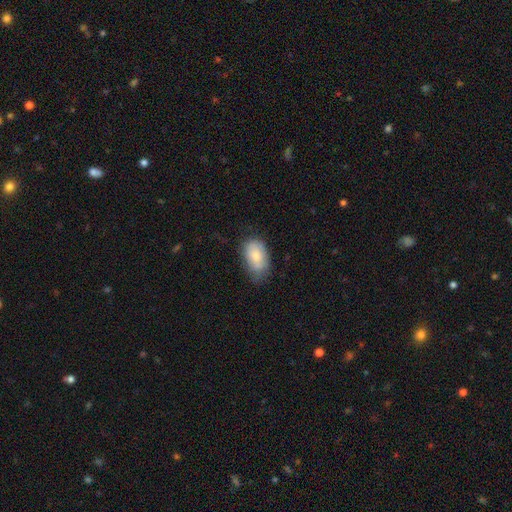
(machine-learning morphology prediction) A smooth galaxy with no disk features (77%) that is in between round and cigar-shaped (91%).

Vote fractions:
- Smooth or featured? smooth: 77% / featured or disk: 16% / star or artifact: 7%
- How rounded? in between: 91% / round: 7% / cigar-shaped: 1%
- Merging? none: 54% / minor disturbance: 34% / major disturbance: 10% / merger: 2%